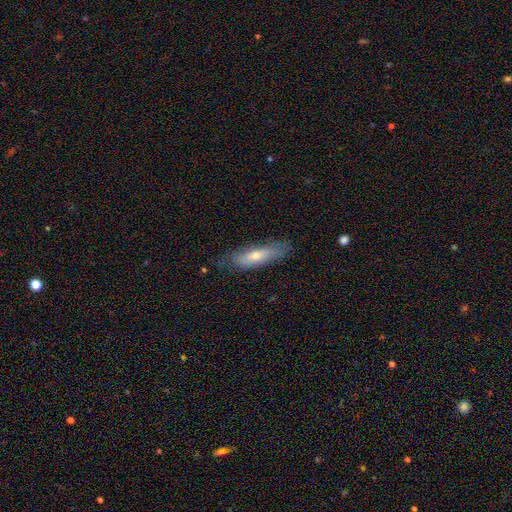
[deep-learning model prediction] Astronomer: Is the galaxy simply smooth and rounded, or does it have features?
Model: smooth — 58% (runner-up: featured or disk, 35%).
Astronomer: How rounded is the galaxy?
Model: cigar-shaped — 60% (runner-up: in between, 38%).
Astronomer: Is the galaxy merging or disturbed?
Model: none — 74%.